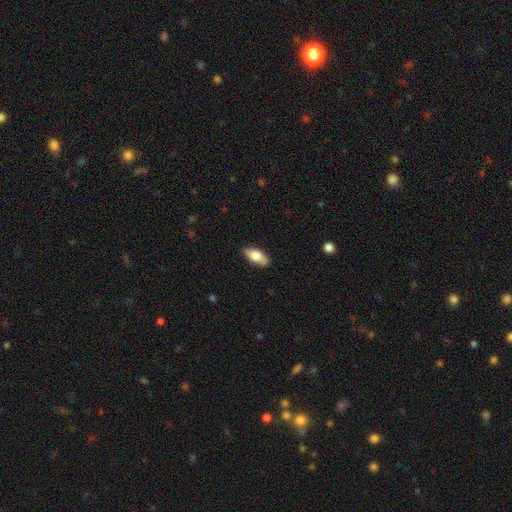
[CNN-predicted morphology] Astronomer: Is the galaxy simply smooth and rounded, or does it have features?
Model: smooth — 73%.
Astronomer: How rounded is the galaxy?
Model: in between — 85%.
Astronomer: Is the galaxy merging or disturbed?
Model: none — 82%.